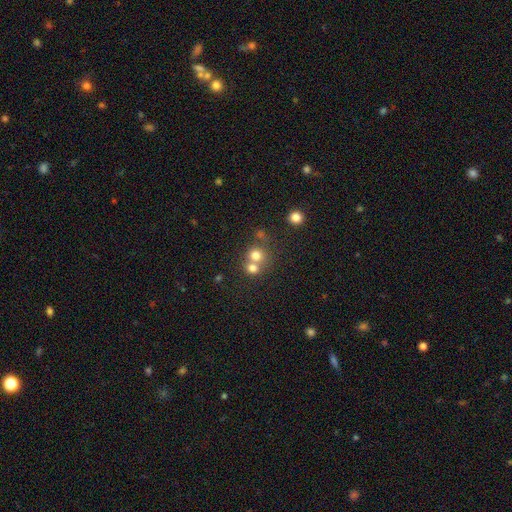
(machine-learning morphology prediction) Q: Smooth or featured?
A: smooth (73%); runner-up: star or artifact (14%)
Q: How rounded?
A: round (85%); runner-up: in between (14%)
Q: Merging?
A: merger (52%); runner-up: none (40%)